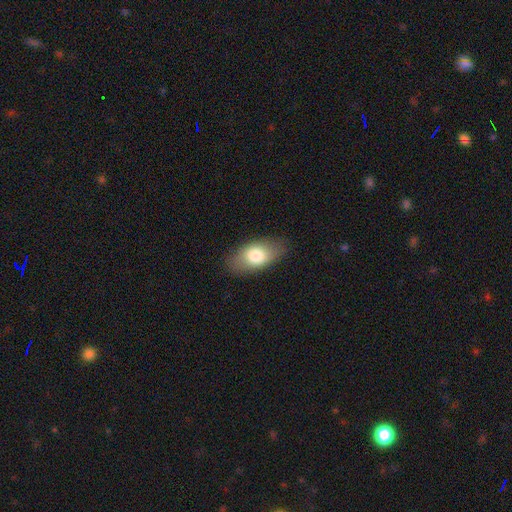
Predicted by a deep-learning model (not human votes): Smooth or featured: smooth — 77% (featured or disk — 16%)
How rounded: in between — 90% (round — 5%)
Merging: none — 83% (minor disturbance — 13%)